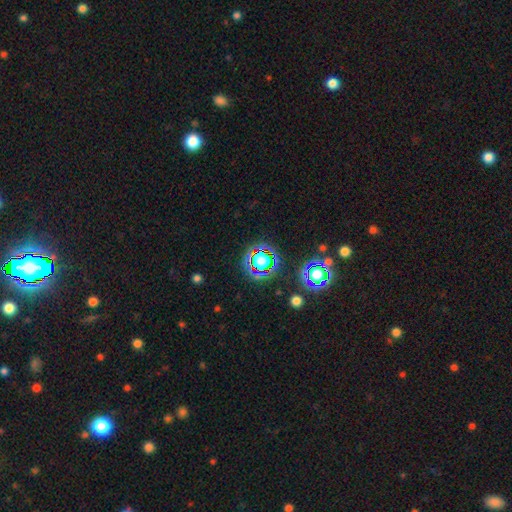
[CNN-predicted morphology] The model was most divided on "smooth or featured": star or artifact: 67%, smooth: 22%, featured or disk: 11%.